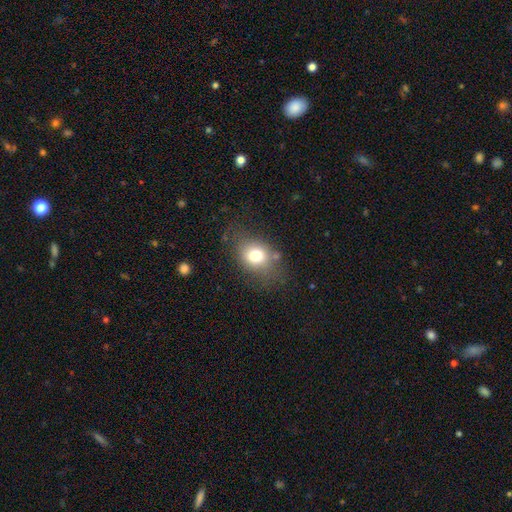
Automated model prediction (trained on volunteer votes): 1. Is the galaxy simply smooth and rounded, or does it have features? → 74% smooth, 14% featured or disk, 12% star or artifact.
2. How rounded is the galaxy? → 55% in between, 44% round, 1% cigar-shaped.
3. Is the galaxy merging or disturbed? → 68% none, 19% minor disturbance, 9% major disturbance, 3% merger.